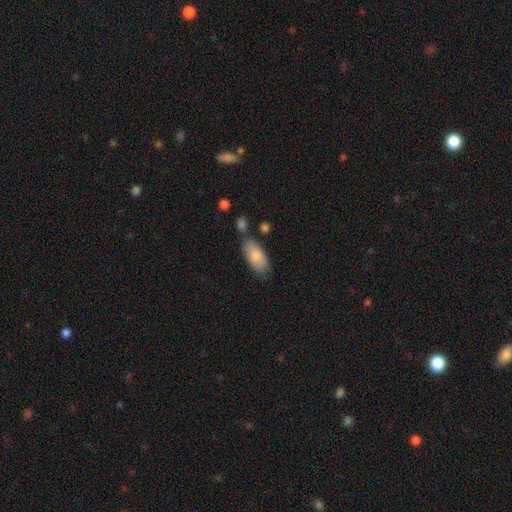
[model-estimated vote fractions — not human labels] A smooth galaxy with no disk features (82%) that is in between round and cigar-shaped (90%).

Vote fractions:
- Smooth or featured? smooth: 82% / featured or disk: 12% / star or artifact: 6%
- How rounded? in between: 90% / cigar-shaped: 7% / round: 2%
- Merging? none: 64% / minor disturbance: 21% / merger: 10% / major disturbance: 5%